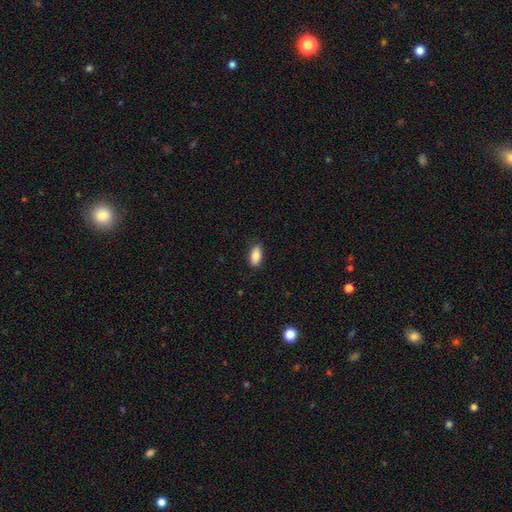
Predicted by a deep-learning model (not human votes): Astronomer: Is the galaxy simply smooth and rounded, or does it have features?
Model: smooth — 87%.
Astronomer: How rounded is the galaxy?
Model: in between — 91%.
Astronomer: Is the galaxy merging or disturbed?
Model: none — 84%.